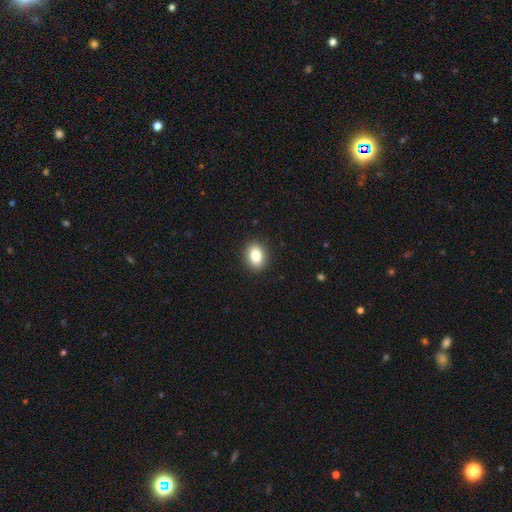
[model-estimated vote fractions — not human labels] A smooth galaxy with no disk features (84%) that is in between round and cigar-shaped (60%).

Vote fractions:
- Smooth or featured? smooth: 84% / star or artifact: 9% / featured or disk: 7%
- How rounded? in between: 60% / round: 39% / cigar-shaped: 1%
- Merging? none: 91% / minor disturbance: 6% / major disturbance: 2% / merger: 1%